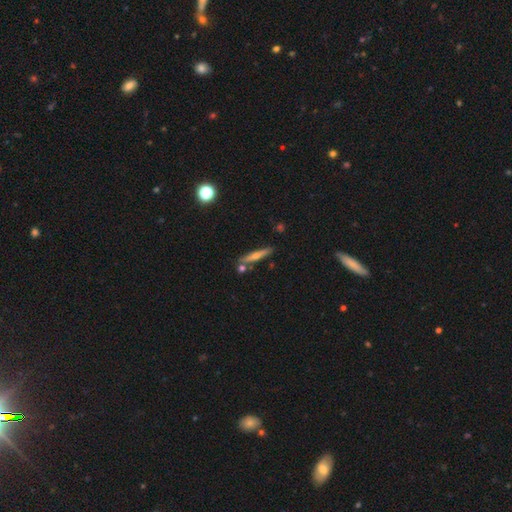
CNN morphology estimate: A featured or disk galaxy (53%) viewed edge-on (94%) with a rounded central bulge (80%).

Vote fractions:
- Smooth or featured? featured or disk: 53% / smooth: 38% / star or artifact: 8%
- Edge-on disk? yes: 94% / no: 6%
- Edge-on bulge? rounded: 80% / none: 15% / boxy: 4%
- Merging? none: 79% / minor disturbance: 10% / merger: 9% / major disturbance: 2%